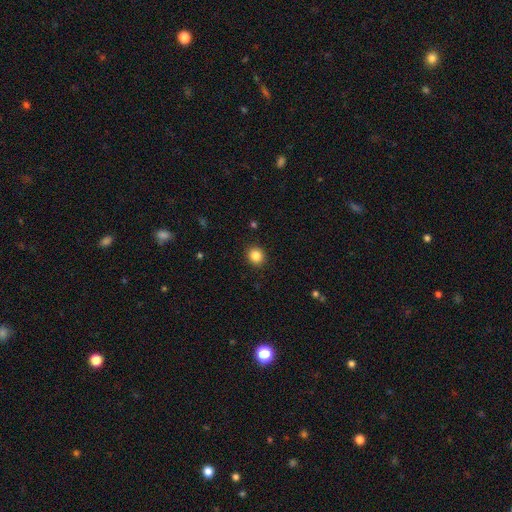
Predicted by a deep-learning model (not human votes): Overall: smooth (85%). How rounded: round (83%). Merging: none (91%).